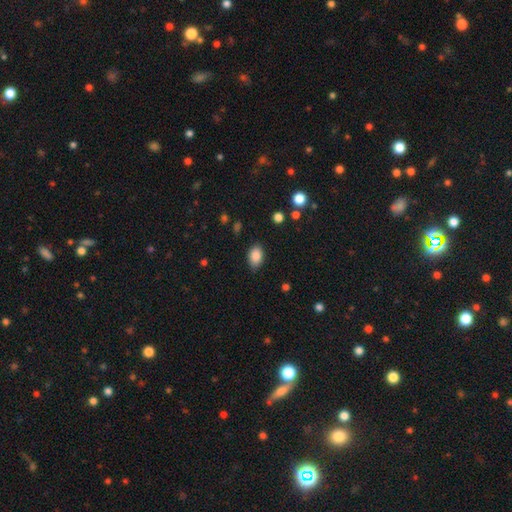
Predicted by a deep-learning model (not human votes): Morphology: type=smooth (87%); roundness=in between (87%); merging=none (84%).